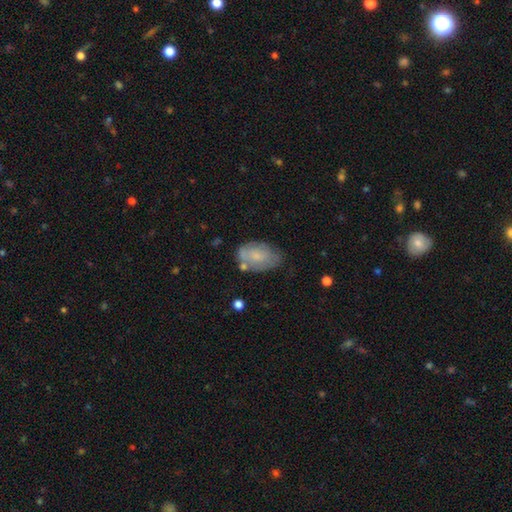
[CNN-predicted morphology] smooth 65%, featured or disk 28%, star or artifact 7%. Down the decision tree: how rounded — in between (90%); merging — none (57%).